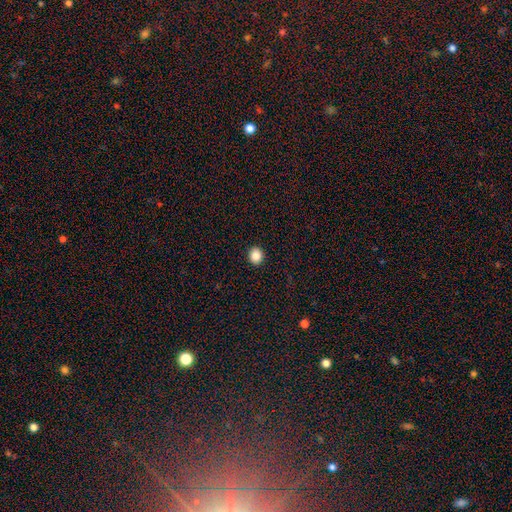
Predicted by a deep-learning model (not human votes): Smooth or featured? Predicted: smooth (p=0.86). How rounded? Predicted: round (p=0.76). Merging? Predicted: none (p=0.93).